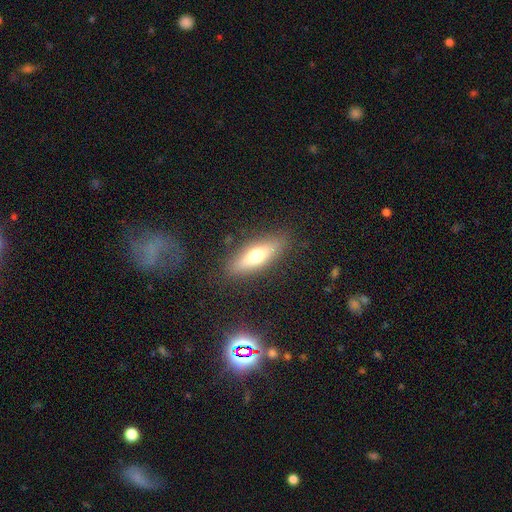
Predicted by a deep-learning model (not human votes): Smooth or featured?
  - smooth: 59% *
  - featured or disk: 34%
  - star or artifact: 7%
How rounded?
  - cigar-shaped: 49% *
  - in between: 48%
  - round: 3%
Merging?
  - none: 86% *
  - minor disturbance: 10%
  - major disturbance: 3%
  - merger: 1%